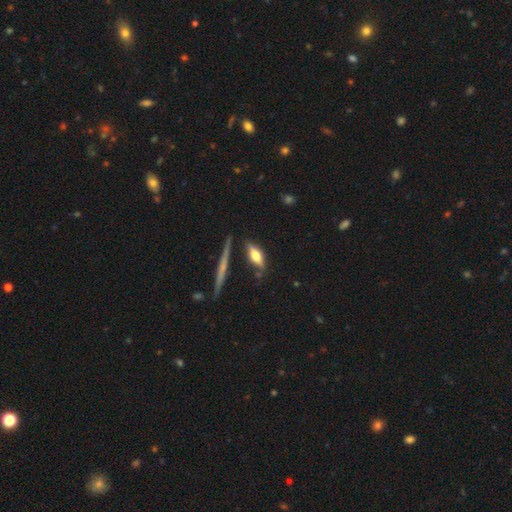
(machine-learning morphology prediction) smooth-or-featured: smooth: 54% | featured or disk: 38% | star or artifact: 8%
  how-rounded: in between: 58% | cigar-shaped: 37% | round: 5%
  merging: none: 68% | minor disturbance: 19% | merger: 7% | major disturbance: 6%